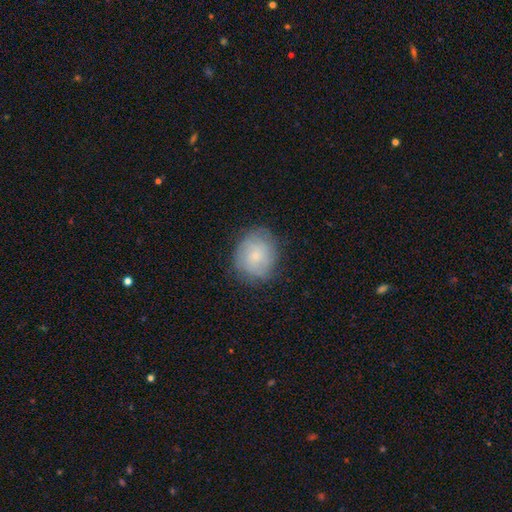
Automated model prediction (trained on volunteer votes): A smooth galaxy with no disk features (60%) that is round (76%).

Vote fractions:
- Smooth or featured? smooth: 60% / featured or disk: 32% / star or artifact: 9%
- How rounded? round: 76% / in between: 23% / cigar-shaped: 1%
- Merging? none: 77% / minor disturbance: 17% / major disturbance: 5% / merger: 1%